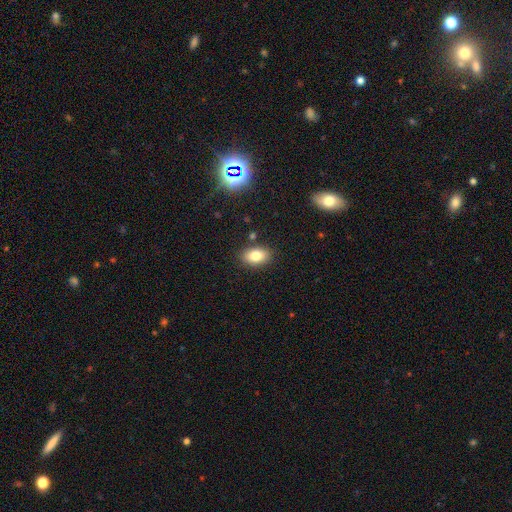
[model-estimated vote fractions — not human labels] Q: Smooth or featured?
A: smooth (81%); runner-up: featured or disk (10%)
Q: How rounded?
A: in between (88%); runner-up: round (10%)
Q: Merging?
A: none (85%); runner-up: minor disturbance (10%)